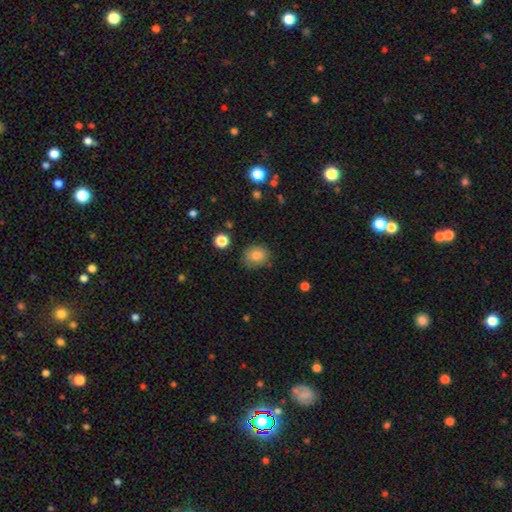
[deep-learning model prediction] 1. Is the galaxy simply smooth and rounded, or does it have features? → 82% smooth, 10% star or artifact, 8% featured or disk.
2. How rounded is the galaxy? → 66% round, 33% in between, 1% cigar-shaped.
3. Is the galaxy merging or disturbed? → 79% none, 16% minor disturbance, 3% major disturbance, 2% merger.